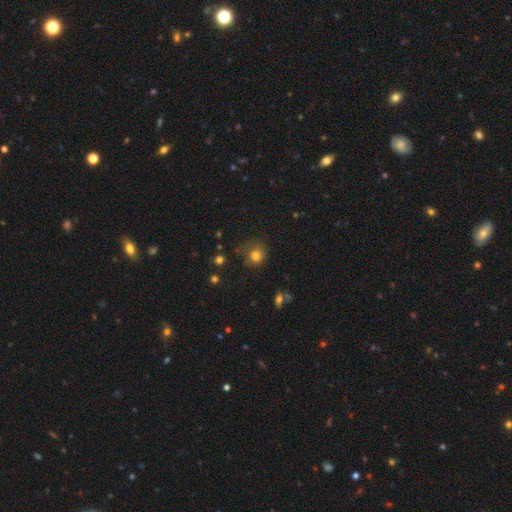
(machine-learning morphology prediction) This is likely a smooth galaxy (78%). How rounded: likely round (78%). Merging: possibly none (57%).